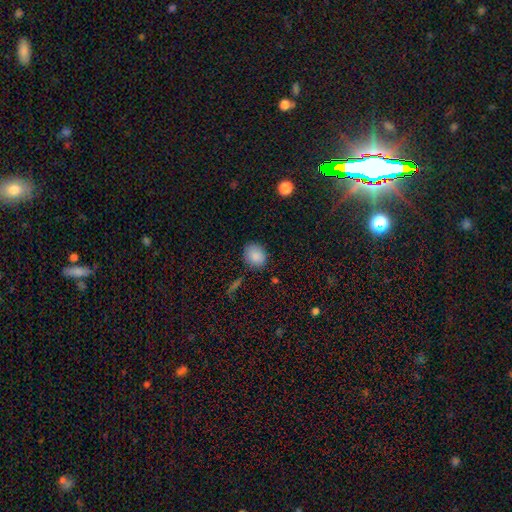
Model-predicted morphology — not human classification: This is clearly a smooth galaxy (86%). How rounded: possibly round (54%). Merging: likely none (80%).